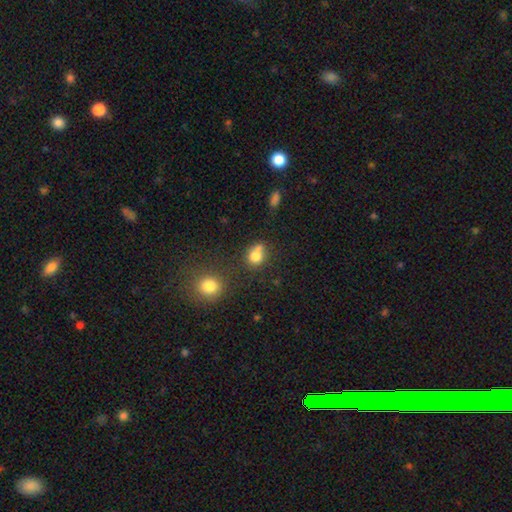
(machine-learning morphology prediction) smooth 78%, star or artifact 12%, featured or disk 10%. Down the decision tree: how rounded — round (65%); merging — none (46%).